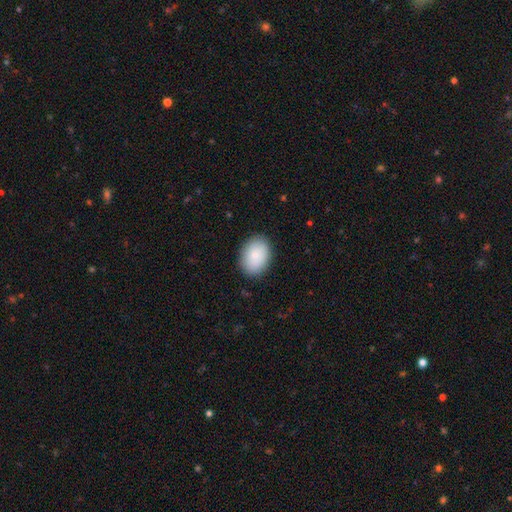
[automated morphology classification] A smooth galaxy with no disk features (84%) that is in between round and cigar-shaped (77%).

Vote fractions:
- Smooth or featured? smooth: 84% / featured or disk: 10% / star or artifact: 7%
- How rounded? in between: 77% / round: 22% / cigar-shaped: 1%
- Merging? none: 87% / minor disturbance: 10% / major disturbance: 2% / merger: 1%